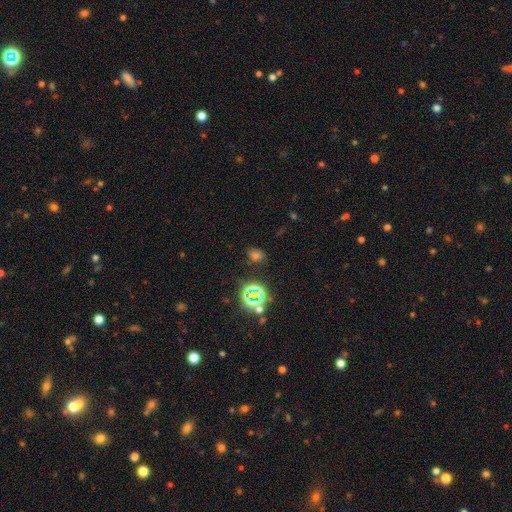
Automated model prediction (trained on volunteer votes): A smooth galaxy with no disk features (53%) that is in between round and cigar-shaped (53%).

Vote fractions:
- Smooth or featured? smooth: 53% / star or artifact: 39% / featured or disk: 8%
- How rounded? in between: 53% / round: 45% / cigar-shaped: 2%
- Merging? none: 79% / minor disturbance: 13% / major disturbance: 5% / merger: 3%